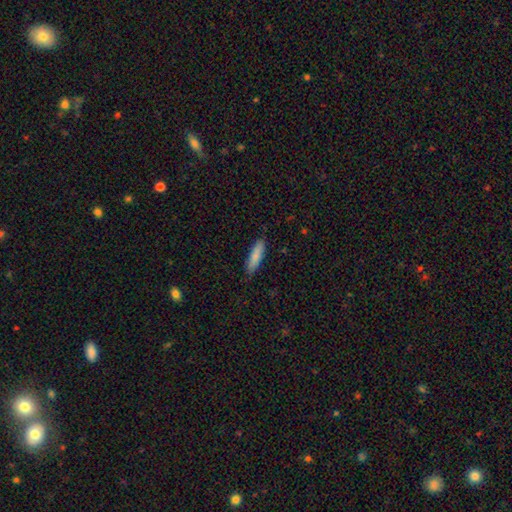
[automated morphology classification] A smooth galaxy with no disk features (84%) that is cigar-shaped (68%). Merging: none (86%).